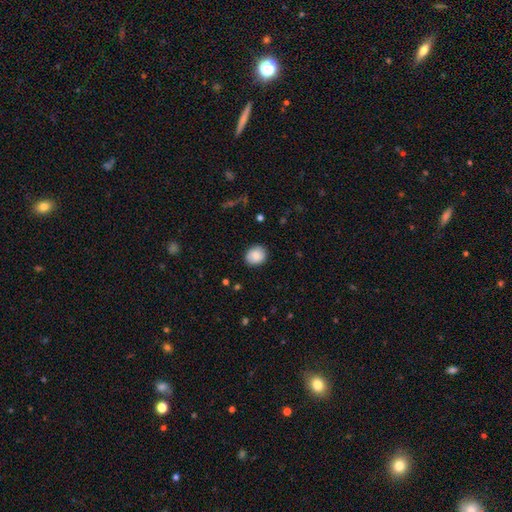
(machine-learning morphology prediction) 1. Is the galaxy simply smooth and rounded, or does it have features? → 86% smooth, 8% star or artifact, 7% featured or disk.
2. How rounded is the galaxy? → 65% round, 35% in between, 1% cigar-shaped.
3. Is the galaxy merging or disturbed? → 87% none, 10% minor disturbance, 2% major disturbance, 1% merger.